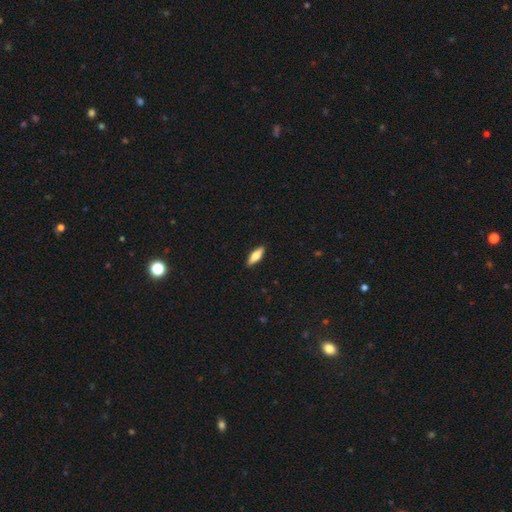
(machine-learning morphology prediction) smooth-or-featured: smooth: 69% | featured or disk: 25% | star or artifact: 6%
  how-rounded: in between: 60% | cigar-shaped: 38% | round: 2%
  merging: none: 90% | minor disturbance: 7% | major disturbance: 2% | merger: 1%